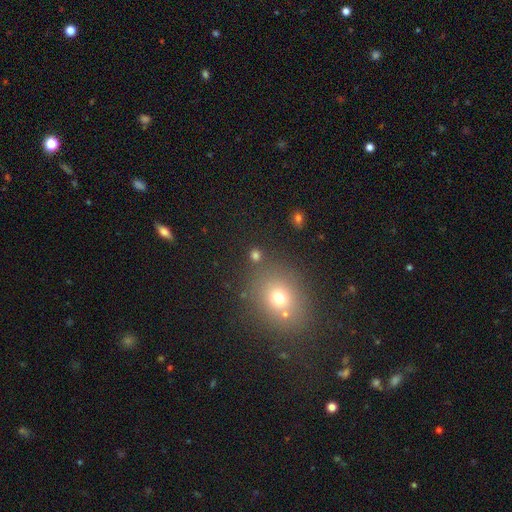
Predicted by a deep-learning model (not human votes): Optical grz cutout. It shows a smooth galaxy with no disk features (66%) that is round (76%). Merging: none (76%).